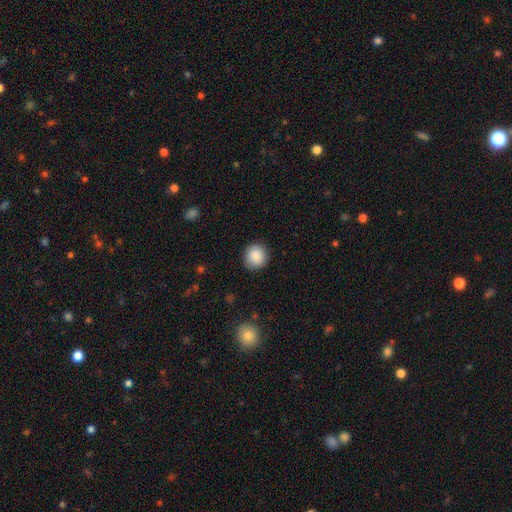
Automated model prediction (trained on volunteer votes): This appears to be a smooth galaxy with no disk features (87%) that is round (90%). Merging: none (89%).